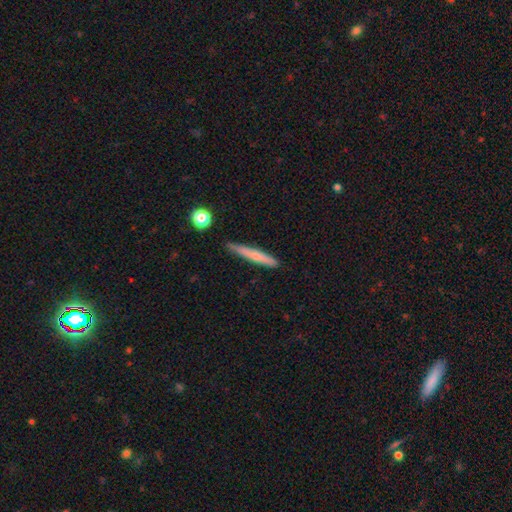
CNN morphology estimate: Overall: smooth (55%; featured or disk 38%). How rounded: cigar-shaped (94%). Merging: none (84%).